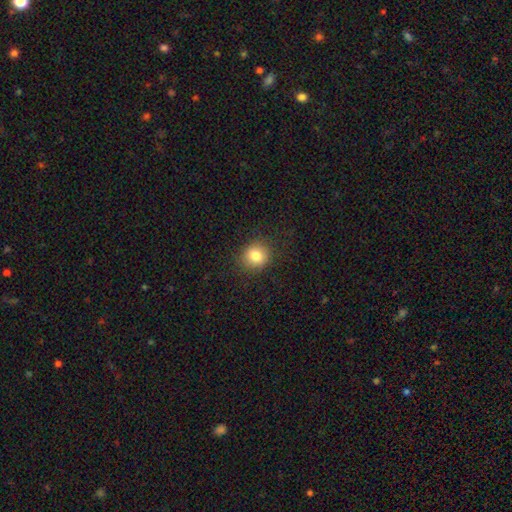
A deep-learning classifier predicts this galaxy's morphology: smooth-or-featured: smooth: 81% | star or artifact: 11% | featured or disk: 7%
  how-rounded: round: 80% | in between: 19% | cigar-shaped: 1%
  merging: none: 86% | minor disturbance: 10% | major disturbance: 3% | merger: 1%